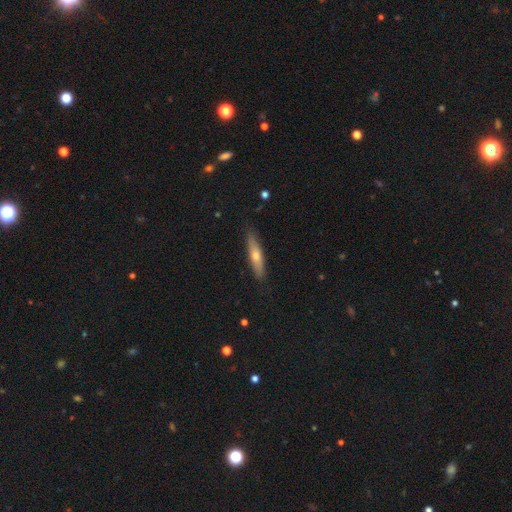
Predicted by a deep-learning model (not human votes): Overall: smooth (53%; featured or disk 41%). How rounded: cigar-shaped (81%). Merging: none (86%).